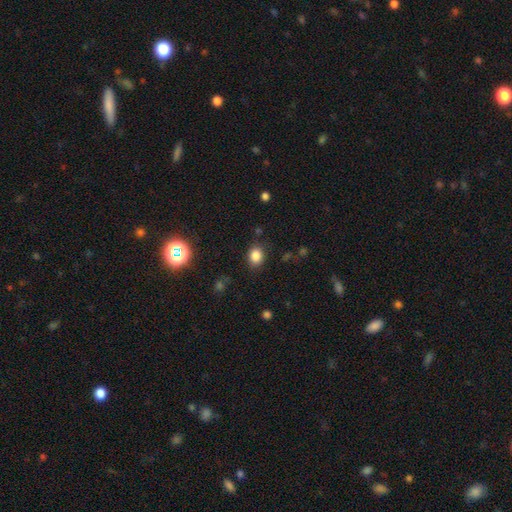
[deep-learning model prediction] smooth-or-featured: smooth: 82% | star or artifact: 12% | featured or disk: 5%
  how-rounded: in between: 50% | round: 49% | cigar-shaped: 1%
  merging: none: 83% | minor disturbance: 11% | major disturbance: 4% | merger: 2%